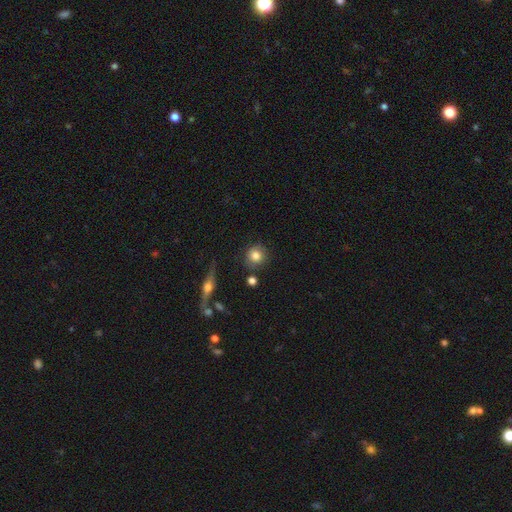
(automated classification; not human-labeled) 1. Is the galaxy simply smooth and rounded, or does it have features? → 80% smooth, 11% featured or disk, 9% star or artifact.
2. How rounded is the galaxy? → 88% round, 10% in between, 1% cigar-shaped.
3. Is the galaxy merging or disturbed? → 82% none, 11% minor disturbance, 5% merger, 3% major disturbance.